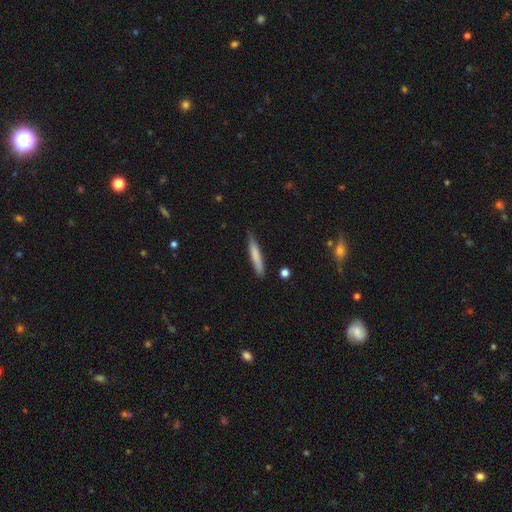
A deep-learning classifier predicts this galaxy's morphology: smooth 75%, featured or disk 19%, star or artifact 6%. Down the decision tree: how rounded — cigar-shaped (93%); merging — none (83%).